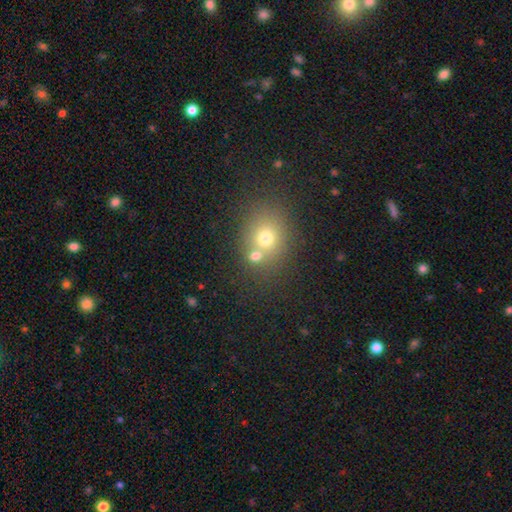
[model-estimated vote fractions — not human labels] A smooth galaxy with no disk features (68%) that is round (66%). Merging: none (50%).